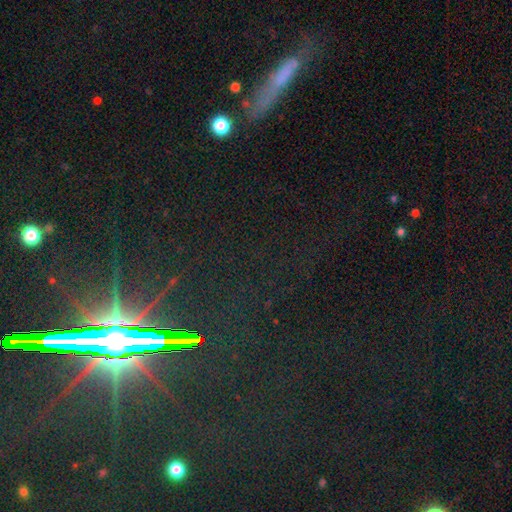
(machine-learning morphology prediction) type=star or artifact (74%).